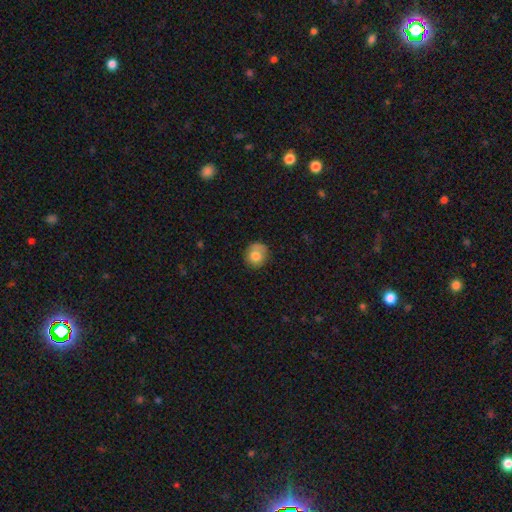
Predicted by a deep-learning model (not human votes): Smooth or featured: smooth — 77% (featured or disk — 14%)
How rounded: round — 82% (in between — 17%)
Merging: none — 65% (minor disturbance — 23%)